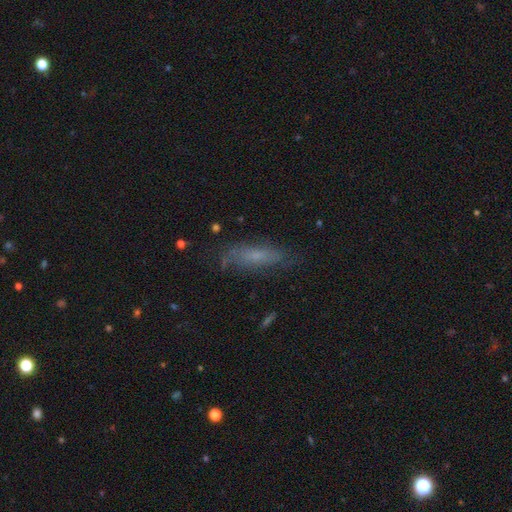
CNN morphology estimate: smooth-or-featured: smooth: 50% | featured or disk: 38% | star or artifact: 12%
  merging: none: 71% | minor disturbance: 20% | major disturbance: 7% | merger: 2%